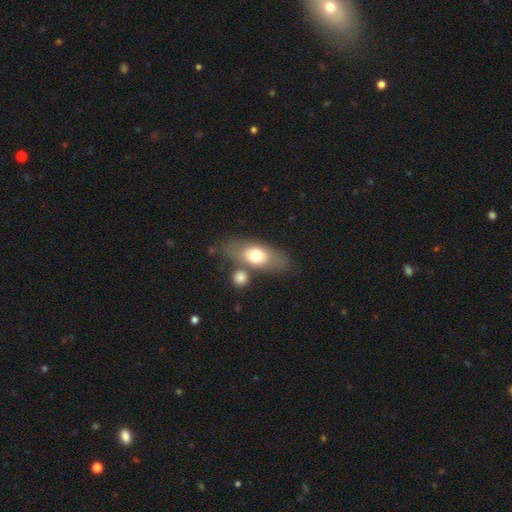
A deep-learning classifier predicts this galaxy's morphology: The model was most divided on "smooth or featured": smooth: 65%, featured or disk: 29%, star or artifact: 7%. More confident: how rounded — in between (80%); merging — none (63%).